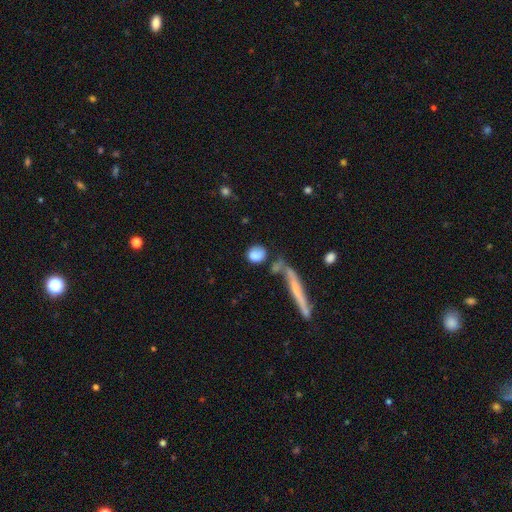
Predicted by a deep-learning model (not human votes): A smooth galaxy with no disk features (82%) that is round (55%). Merging: none (57%).